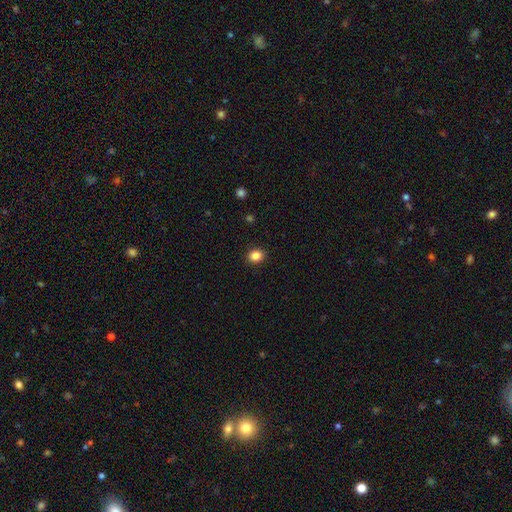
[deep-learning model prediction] A smooth galaxy with no disk features (85%) that is round (64%). Merging: none (91%).